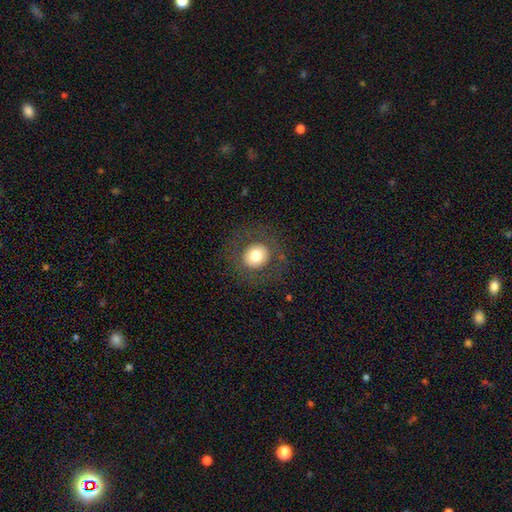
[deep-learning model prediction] Overall: smooth (72%). How rounded: round (89%). Merging: none (84%).